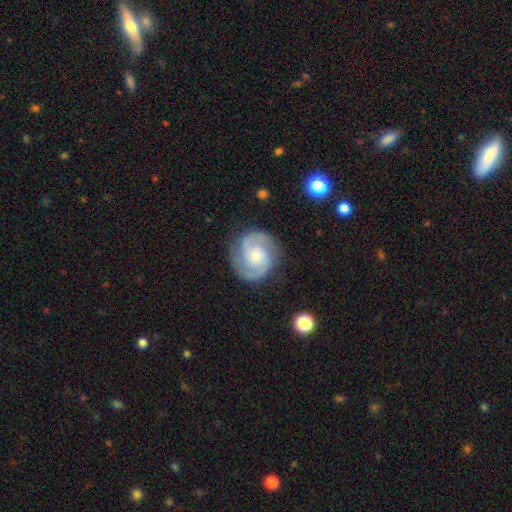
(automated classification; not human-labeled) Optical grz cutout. It shows a featured or disk galaxy (88%) with no bar (66%), 2 (89%) tight (49%) spiral arms (98%) and a small central bulge (57%). Merging: none (85%).